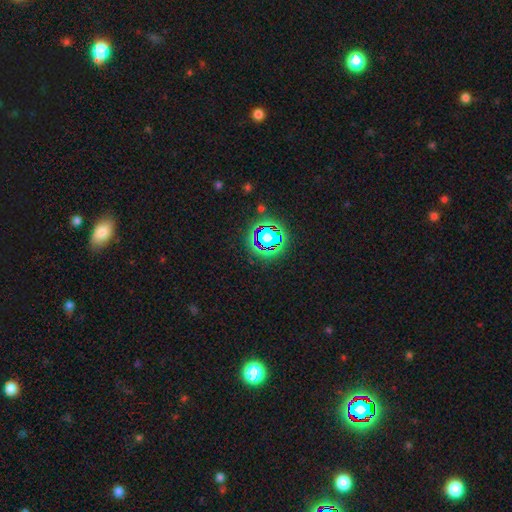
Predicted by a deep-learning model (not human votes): A star or artifact, not a galaxy (73%).